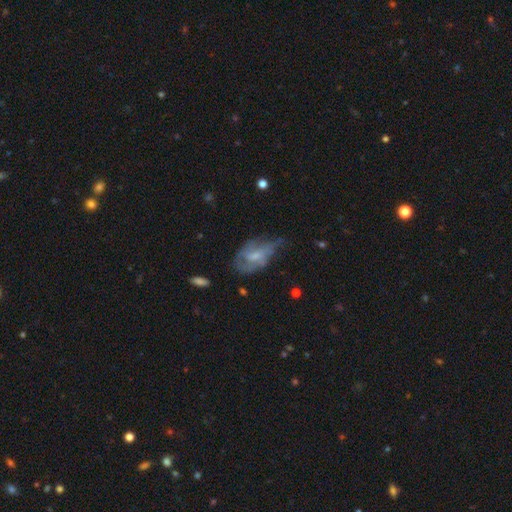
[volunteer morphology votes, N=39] Q: Smooth or featured?
A: featured or disk (62%); runner-up: smooth (33%)
Q: Edge-on disk?
A: no (100%)
Q: Bar?
A: no (62%); runner-up: weak (38%)
Q: Spiral arms?
A: yes (54%); runner-up: no (46%)
Q: Spiral winding?
A: medium (54%); runner-up: tight (46%)
Q: Spiral arm count?
A: can't tell (62%); runner-up: 2 (31%)
Q: Bulge size?
A: small (50%); runner-up: moderate (46%)
Q: Merging?
A: minor disturbance (43%); runner-up: major disturbance (35%)